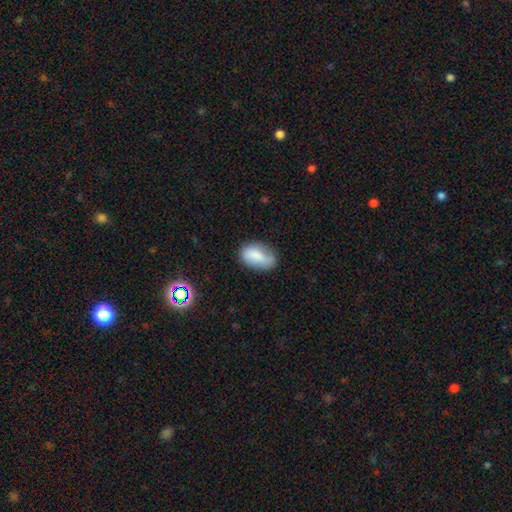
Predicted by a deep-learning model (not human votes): Morphology: type=smooth (80%); roundness=in between (91%); merging=none (58%).